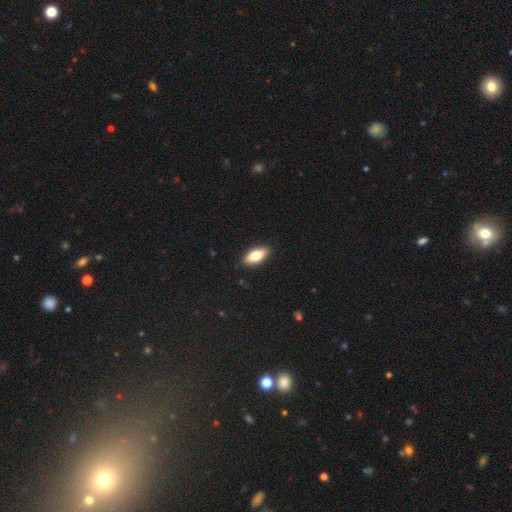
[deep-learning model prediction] Overall: smooth (76%). How rounded: in between (89%). Merging: none (90%).